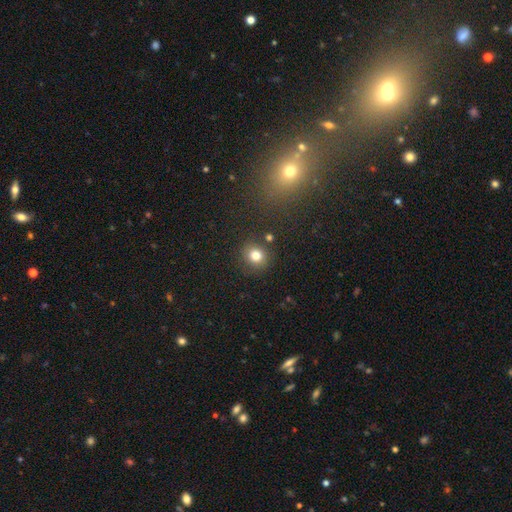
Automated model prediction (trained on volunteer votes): Q: Smooth or featured?
A: smooth (81%); runner-up: star or artifact (12%)
Q: How rounded?
A: round (86%); runner-up: in between (13%)
Q: Merging?
A: none (84%); runner-up: minor disturbance (8%)